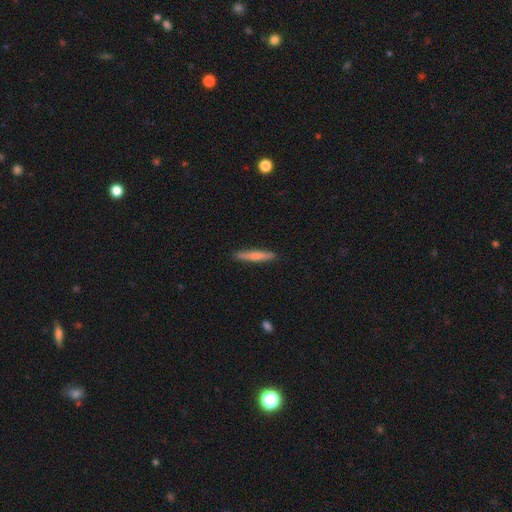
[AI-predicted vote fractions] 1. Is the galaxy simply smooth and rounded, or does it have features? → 69% smooth, 26% featured or disk, 5% star or artifact.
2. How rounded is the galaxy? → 94% cigar-shaped, 5% in between, 1% round.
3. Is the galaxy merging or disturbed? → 90% none, 7% minor disturbance, 1% major disturbance, 1% merger.